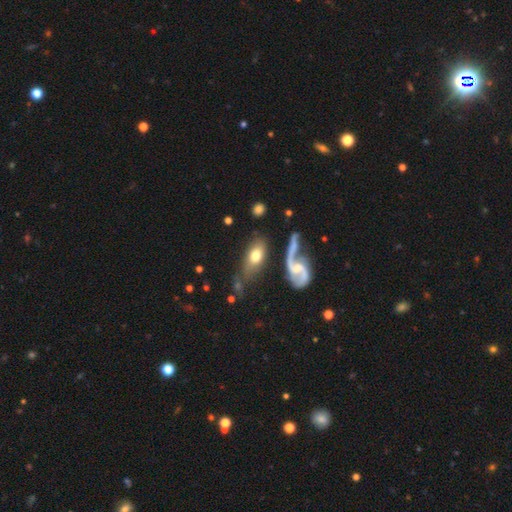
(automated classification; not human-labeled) smooth 55%, featured or disk 38%, star or artifact 7%. Down the decision tree: how rounded — in between (84%); merging — none (51%).